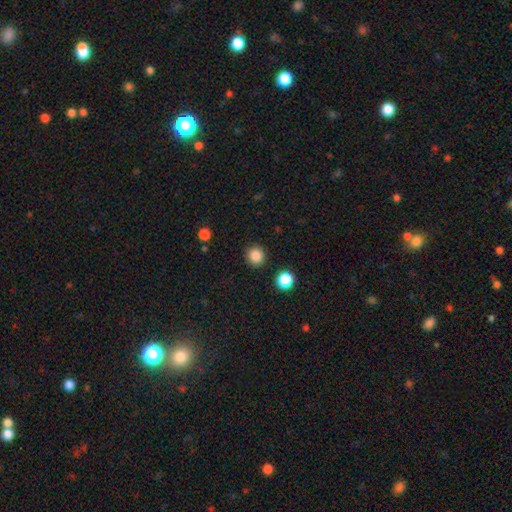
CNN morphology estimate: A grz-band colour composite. It shows a smooth galaxy with no disk features (86%) that is round (93%). Merging: none (91%).